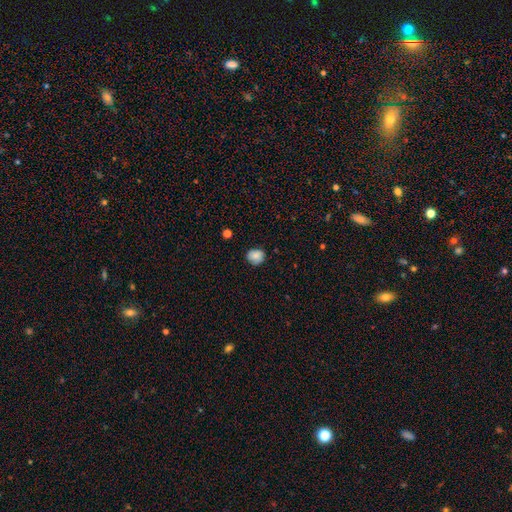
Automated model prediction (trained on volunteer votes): Morphology: type=smooth (83%); roundness=round (75%); merging=none (78%).